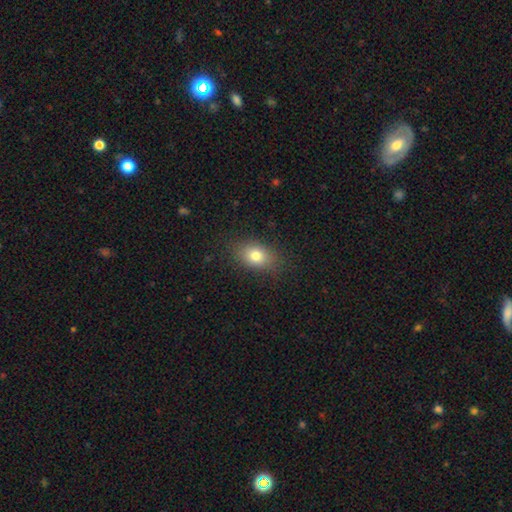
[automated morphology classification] This is likely a smooth galaxy (79%). How rounded: likely in between (73%). Merging: clearly none (85%).